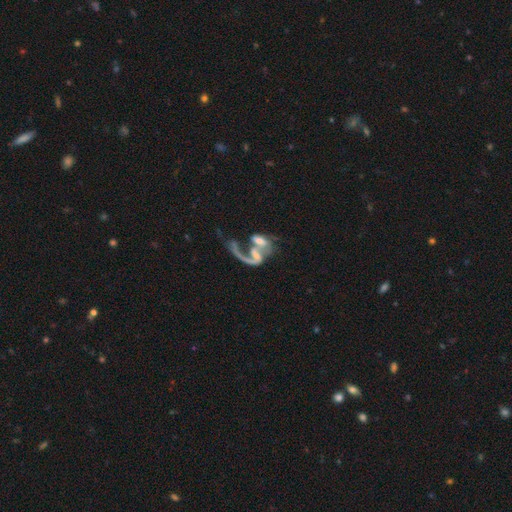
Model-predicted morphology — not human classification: Q: Smooth or featured?
A: featured or disk (73%); runner-up: smooth (18%)
Q: Edge-on disk?
A: no (96%); runner-up: yes (4%)
Q: Bar?
A: no (42%); runner-up: weak (33%)
Q: Spiral arms?
A: yes (72%); runner-up: no (28%)
Q: Spiral winding?
A: loose (75%); runner-up: medium (18%)
Q: Spiral arm count?
A: 1 (68%); runner-up: 2 (23%)
Q: Bulge size?
A: small (35%); runner-up: none (29%)
Q: Merging?
A: merger (59%); runner-up: major disturbance (22%)